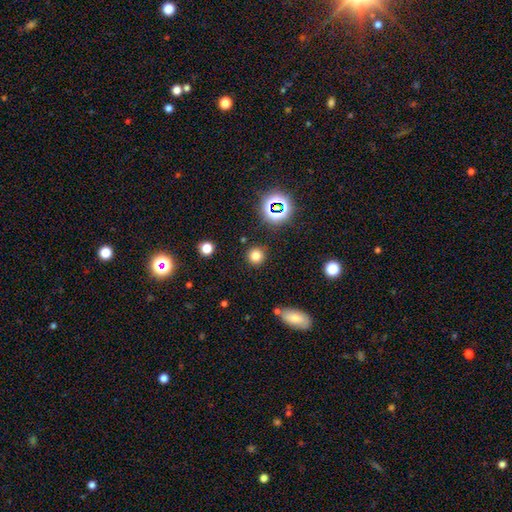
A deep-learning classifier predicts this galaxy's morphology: Overall: smooth (75%). How rounded: round (94%). Merging: none (89%).